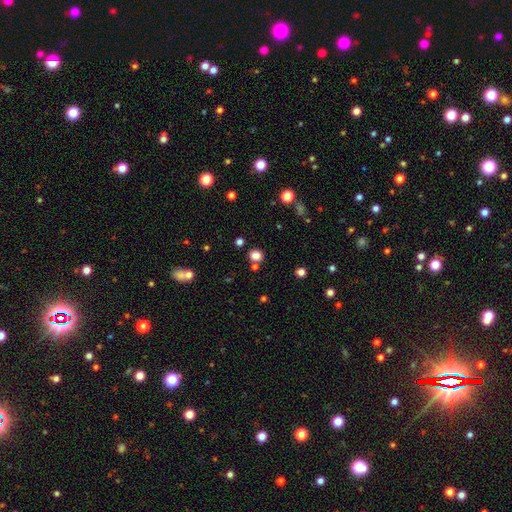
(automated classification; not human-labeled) smooth-or-featured: smooth: 80% | star or artifact: 15% | featured or disk: 5%
  how-rounded: round: 75% | in between: 24% | cigar-shaped: 1%
  merging: none: 78% | merger: 10% | minor disturbance: 9% | major disturbance: 3%